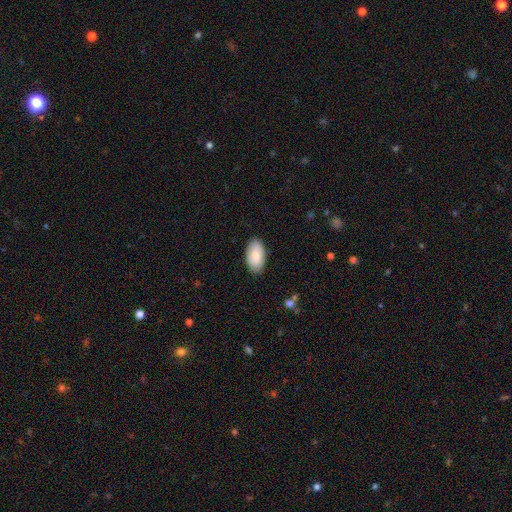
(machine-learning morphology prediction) A smooth galaxy with no disk features (85%) that is in between round and cigar-shaped (96%).

Vote fractions:
- Smooth or featured? smooth: 85% / featured or disk: 10% / star or artifact: 6%
- How rounded? in between: 96% / round: 2% / cigar-shaped: 2%
- Merging? none: 86% / minor disturbance: 11% / major disturbance: 2% / merger: 1%